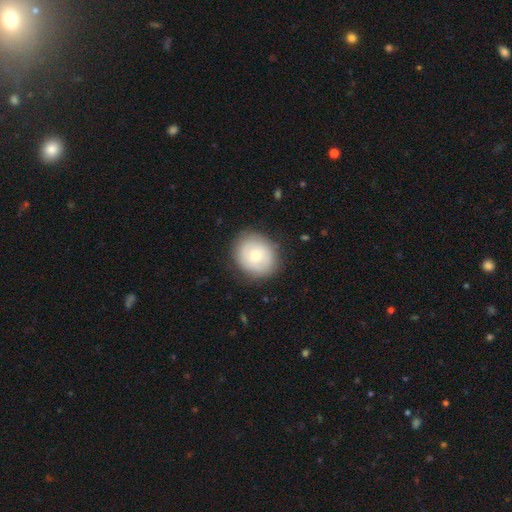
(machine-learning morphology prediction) The model was most divided on "smooth or featured": smooth: 66%, featured or disk: 27%, star or artifact: 7%. More confident: merging — none (83%); how rounded — round (73%).